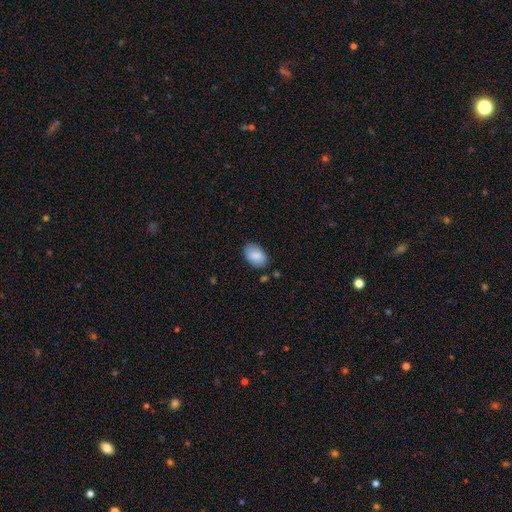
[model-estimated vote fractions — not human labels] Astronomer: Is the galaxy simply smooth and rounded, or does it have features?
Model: smooth — 86%.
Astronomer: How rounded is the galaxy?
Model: in between — 90%.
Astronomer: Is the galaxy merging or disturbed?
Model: none — 80%.